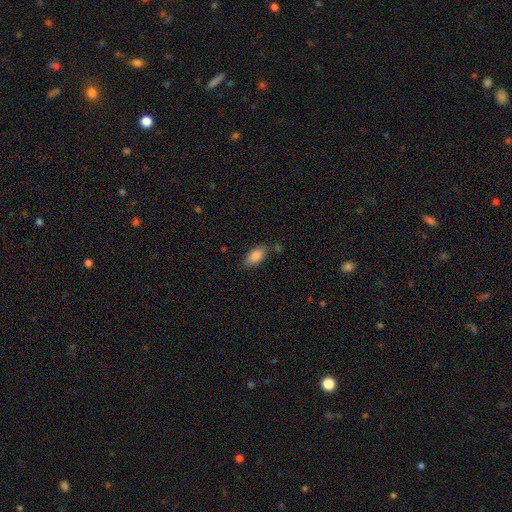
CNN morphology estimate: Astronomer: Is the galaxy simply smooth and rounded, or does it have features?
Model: smooth — 82%.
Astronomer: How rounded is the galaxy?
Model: in between — 86%.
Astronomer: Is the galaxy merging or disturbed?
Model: none — 75%.